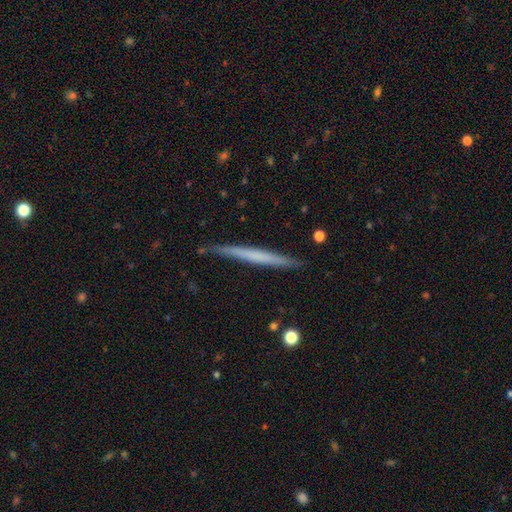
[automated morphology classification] Q: Smooth or featured?
A: smooth (47%); tied with: featured or disk (47%)
Q: Merging?
A: none (87%); runner-up: minor disturbance (10%)